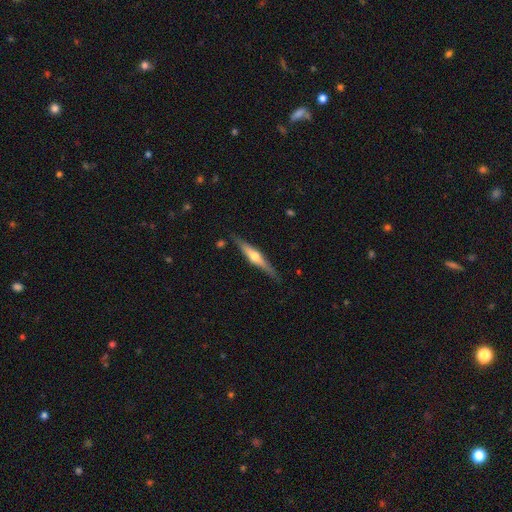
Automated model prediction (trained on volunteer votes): Q: Smooth or featured?
A: featured or disk (69%); runner-up: smooth (26%)
Q: Edge-on disk?
A: yes (97%); runner-up: no (3%)
Q: Edge-on bulge?
A: rounded (91%); runner-up: boxy (4%)
Q: Merging?
A: none (85%); runner-up: minor disturbance (11%)